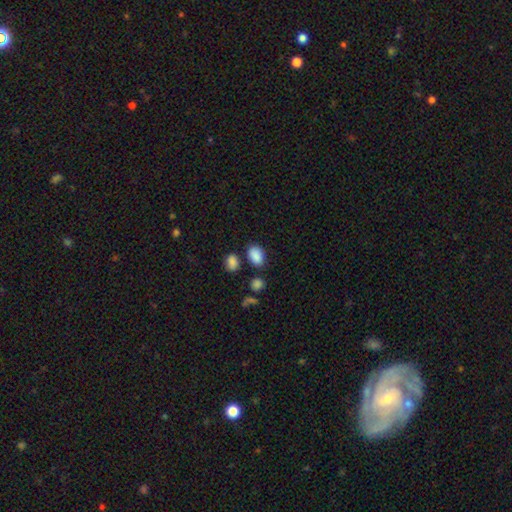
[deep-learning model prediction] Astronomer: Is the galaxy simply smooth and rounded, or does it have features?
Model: smooth — 87%.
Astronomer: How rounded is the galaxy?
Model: in between — 83%.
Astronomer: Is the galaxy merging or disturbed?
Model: none — 74%.